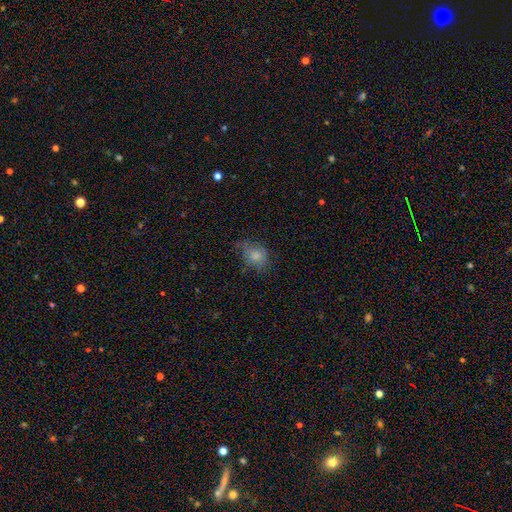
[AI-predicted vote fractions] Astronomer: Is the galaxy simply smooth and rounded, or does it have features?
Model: smooth — 76%.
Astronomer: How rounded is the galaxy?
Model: in between — 56% (runner-up: round, 43%).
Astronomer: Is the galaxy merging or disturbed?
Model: none — 53% (runner-up: minor disturbance, 30%).